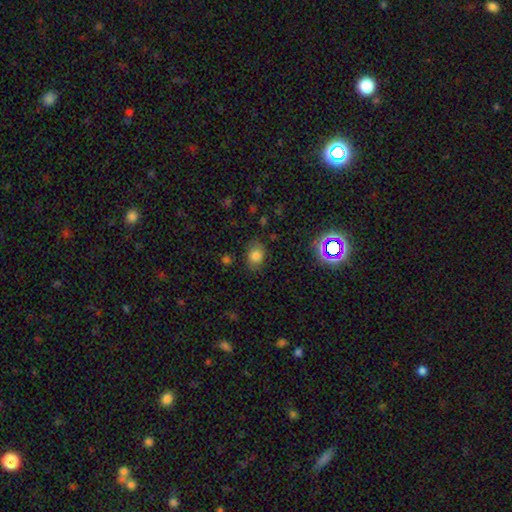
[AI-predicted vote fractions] A smooth galaxy with no disk features (78%) that is in between round and cigar-shaped (68%). Merging: none (77%).